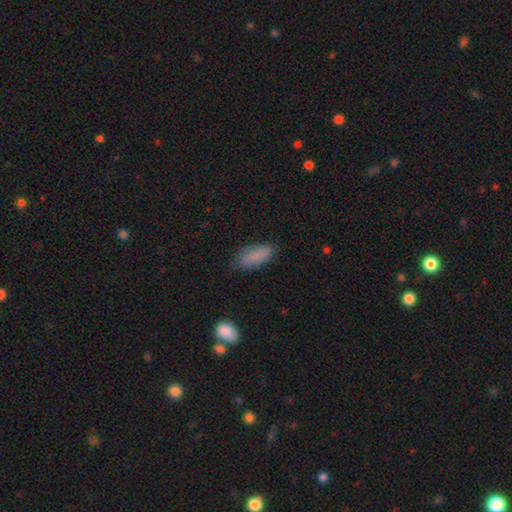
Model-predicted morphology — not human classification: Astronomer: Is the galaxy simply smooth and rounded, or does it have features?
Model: smooth — 83%.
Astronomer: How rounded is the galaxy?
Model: in between — 80%.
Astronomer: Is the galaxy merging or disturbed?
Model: none — 75%.